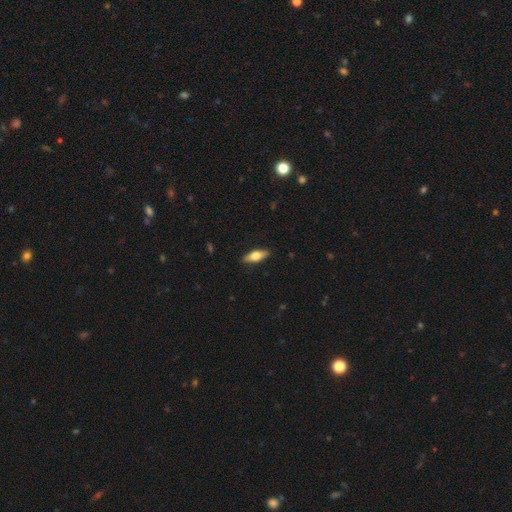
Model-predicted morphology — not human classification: Overall: smooth (60%; featured or disk 34%). How rounded: in between (65%; cigar-shaped 32%). Merging: none (89%).